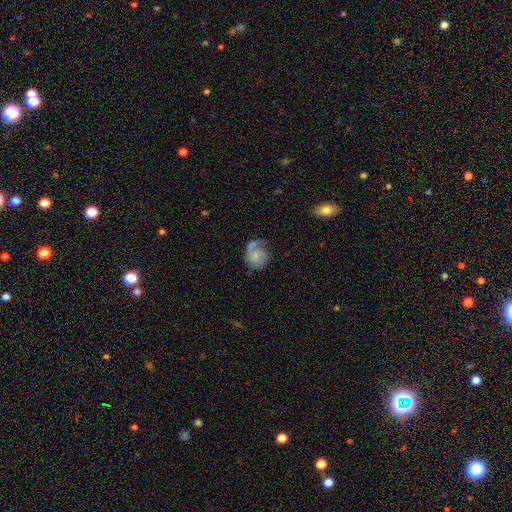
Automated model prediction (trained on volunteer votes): Smooth or featured? featured or disk (65%)
Edge-on disk? no (98%)
Bar? no (64%)
Spiral arms? yes (90%)
Spiral winding? medium (40%)
Spiral arm count? 1 (44%)
Bulge size? small (40%)
Merging? none (51%)